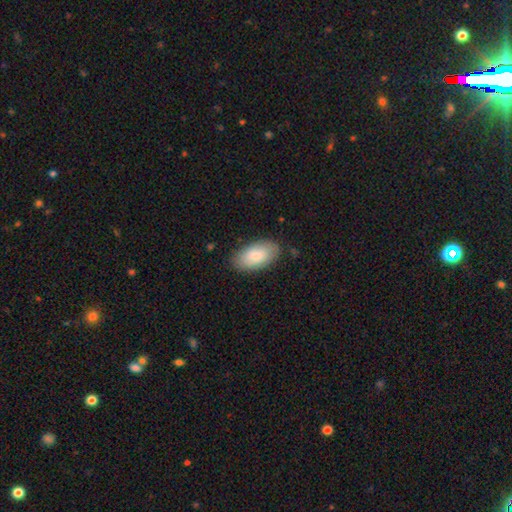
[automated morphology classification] This appears to be a smooth galaxy with no disk features (84%) that is in between round and cigar-shaped (95%). Merging: none (84%).